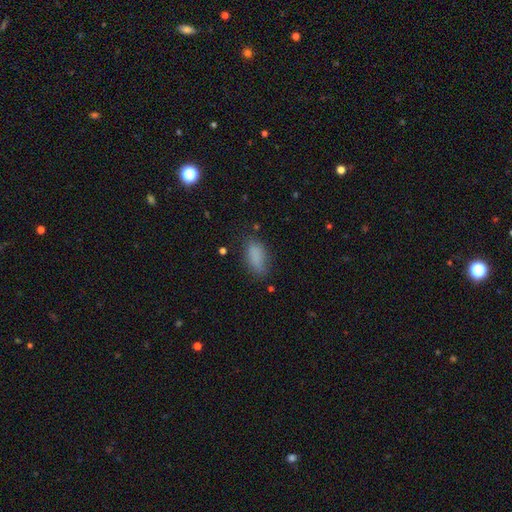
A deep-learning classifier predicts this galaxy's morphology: Overall: smooth (84%). How rounded: in between (85%). Merging: none (70%).